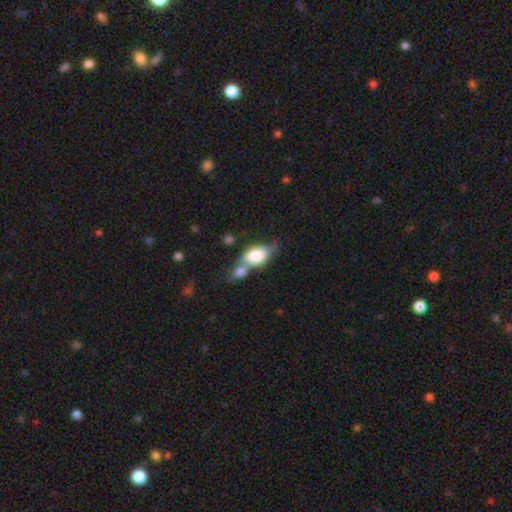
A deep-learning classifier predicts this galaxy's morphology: Q: Smooth or featured?
A: smooth (75%); runner-up: featured or disk (18%)
Q: How rounded?
A: in between (85%); runner-up: round (11%)
Q: Merging?
A: merger (58%); runner-up: none (22%)